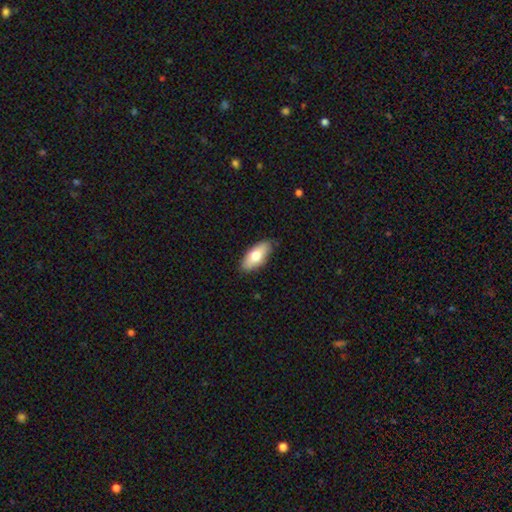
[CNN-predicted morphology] Q: Smooth or featured?
A: smooth (73%); runner-up: featured or disk (21%)
Q: How rounded?
A: in between (86%); runner-up: cigar-shaped (12%)
Q: Merging?
A: none (86%); runner-up: minor disturbance (11%)